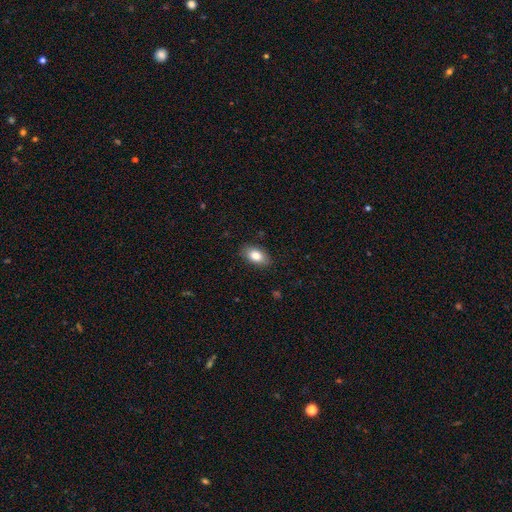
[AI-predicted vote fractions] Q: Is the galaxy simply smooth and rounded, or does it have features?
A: smooth — 84%.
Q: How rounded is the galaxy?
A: in between — 90%.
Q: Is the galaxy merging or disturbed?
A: none — 87%.